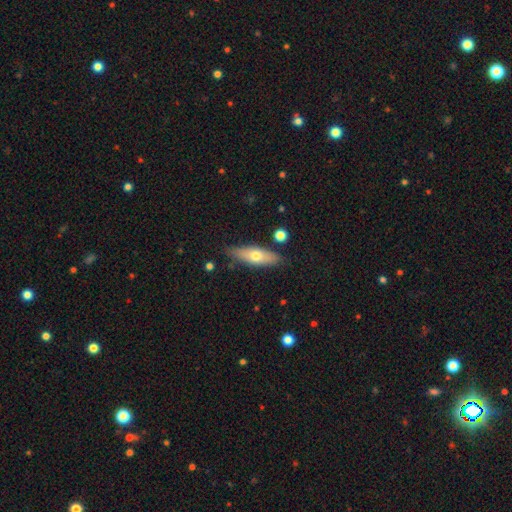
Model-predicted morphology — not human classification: Q: Smooth or featured?
A: smooth (57%); runner-up: featured or disk (36%)
Q: How rounded?
A: in between (50%); runner-up: cigar-shaped (47%)
Q: Merging?
A: none (82%); runner-up: minor disturbance (13%)